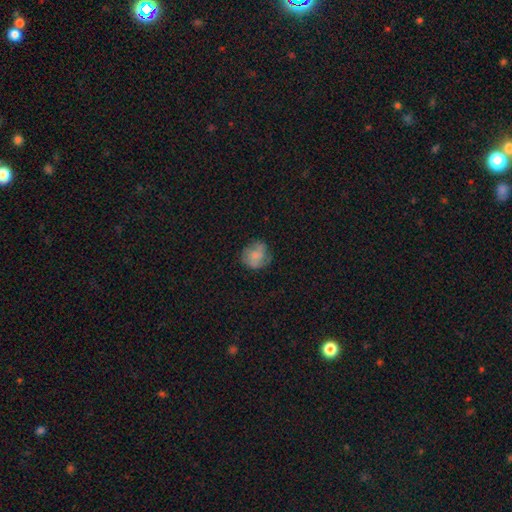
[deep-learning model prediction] The model was most divided on "smooth or featured": smooth: 62%, featured or disk: 29%, star or artifact: 9%. More confident: how rounded — round (76%); merging — none (66%).